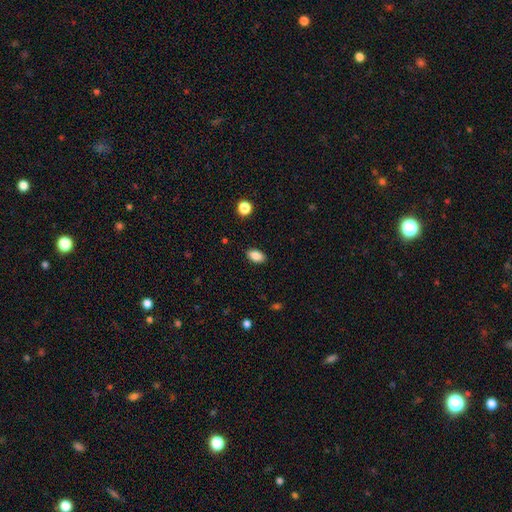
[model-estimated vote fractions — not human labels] A smooth galaxy with no disk features (87%) that is in between round and cigar-shaped (90%). Merging: none (88%).